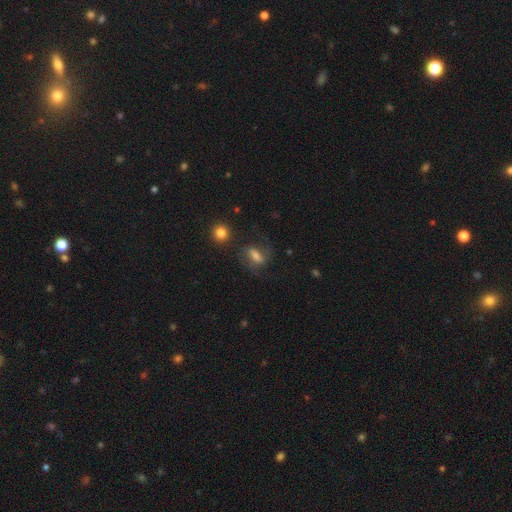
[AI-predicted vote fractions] A smooth galaxy with no disk features (46%). Merging: none (63%).